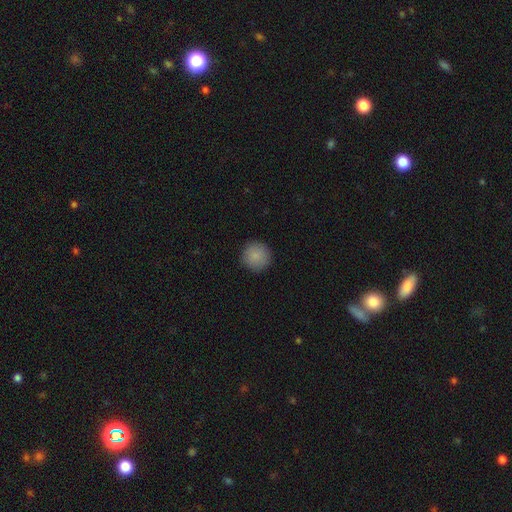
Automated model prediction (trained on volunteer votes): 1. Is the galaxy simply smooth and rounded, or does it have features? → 88% smooth, 8% star or artifact, 4% featured or disk.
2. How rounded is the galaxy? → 95% round, 4% in between, 1% cigar-shaped.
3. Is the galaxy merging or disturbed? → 90% none, 7% minor disturbance, 2% major disturbance, 1% merger.